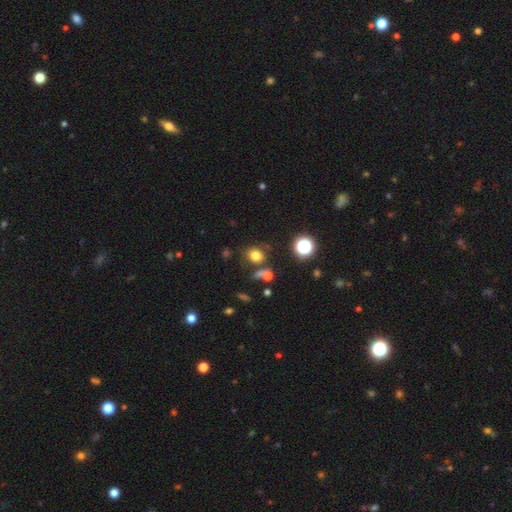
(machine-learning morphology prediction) smooth 75%, star or artifact 17%, featured or disk 8%. Down the decision tree: how rounded — round (61%); merging — none (66%).